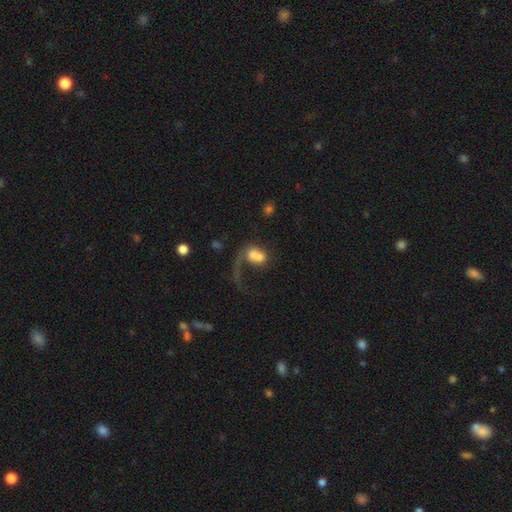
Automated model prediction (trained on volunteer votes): This appears to be a smooth galaxy with no disk features (51%) that is round (52%). Merging: merger (56%).